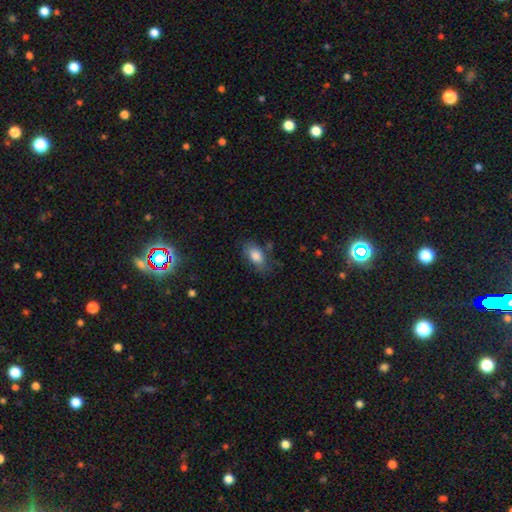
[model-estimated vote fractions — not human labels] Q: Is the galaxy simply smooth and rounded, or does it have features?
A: smooth — 82%.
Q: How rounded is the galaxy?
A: in between — 90%.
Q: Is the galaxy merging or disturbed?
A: none — 66%.